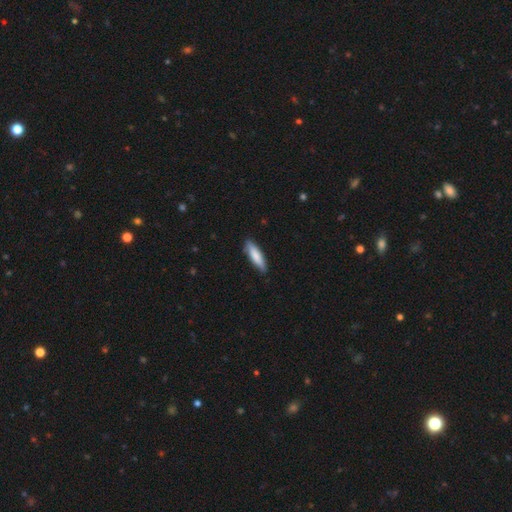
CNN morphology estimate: smooth_or_featured: smooth (p=0.77) [alt: featured or disk p=0.17]
how_rounded: cigar-shaped (p=0.69) [alt: in between p=0.29]
merging: none (p=0.84) [alt: minor disturbance p=0.13]